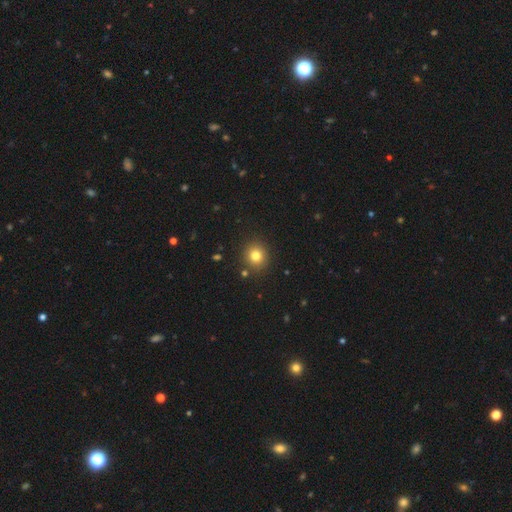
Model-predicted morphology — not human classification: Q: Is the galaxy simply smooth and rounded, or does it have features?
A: smooth — 80%.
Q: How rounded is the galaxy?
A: round — 88%.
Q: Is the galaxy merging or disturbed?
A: none — 88%.